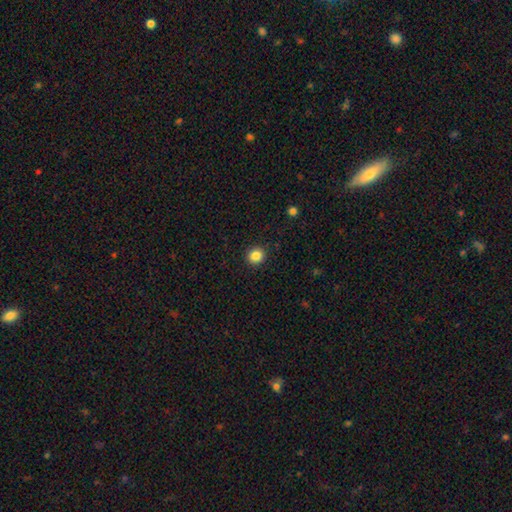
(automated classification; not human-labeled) A smooth galaxy with no disk features (85%) that is round (89%).

Vote fractions:
- Smooth or featured? smooth: 85% / star or artifact: 11% / featured or disk: 4%
- How rounded? round: 89% / in between: 10% / cigar-shaped: 1%
- Merging? none: 92% / minor disturbance: 5% / major disturbance: 2% / merger: 1%